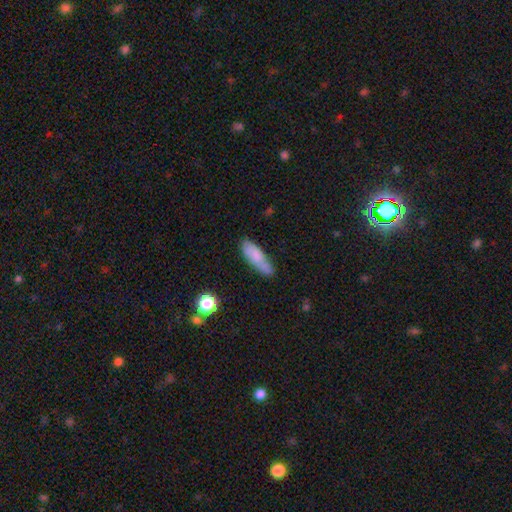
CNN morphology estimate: A smooth galaxy with no disk features (73%) that is in between round and cigar-shaped (50%). Merging: none (63%).